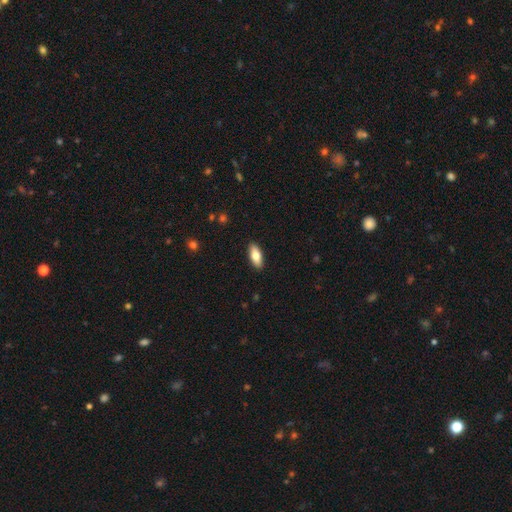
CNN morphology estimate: Smooth or featured: smooth — 75% (featured or disk — 19%)
How rounded: in between — 78% (cigar-shaped — 19%)
Merging: none — 90% (minor disturbance — 7%)